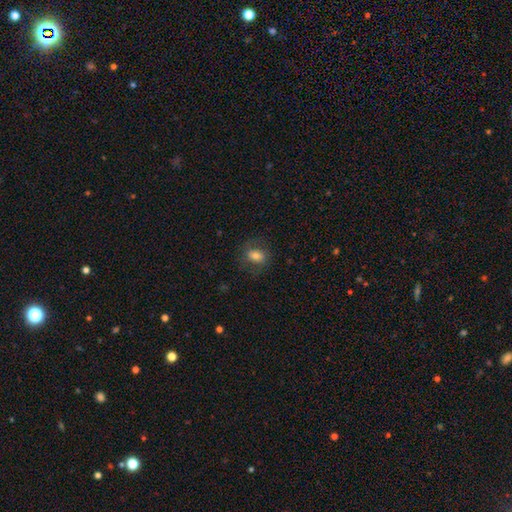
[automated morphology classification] This is likely a smooth galaxy (70%). How rounded: likely in between (63%). Merging: likely none (72%).